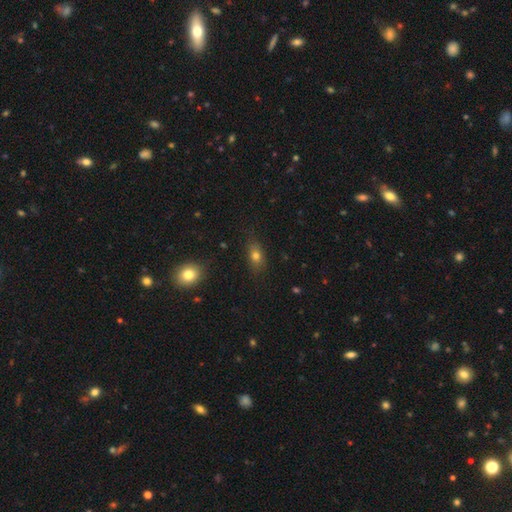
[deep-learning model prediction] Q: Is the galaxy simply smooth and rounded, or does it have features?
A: smooth — 74%.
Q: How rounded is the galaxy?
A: in between — 76%.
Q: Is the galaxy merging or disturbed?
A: none — 77%.